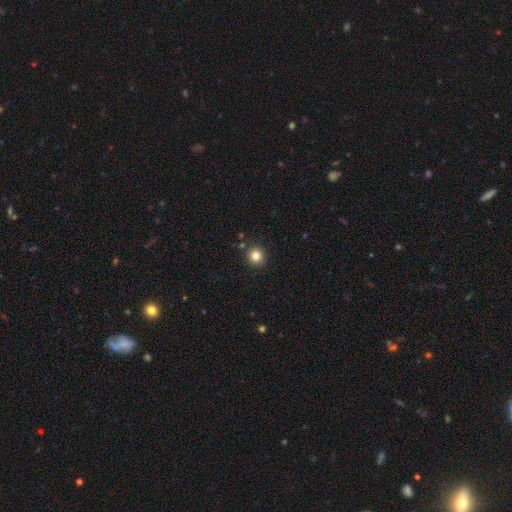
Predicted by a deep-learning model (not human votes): A smooth galaxy with no disk features (82%) that is round (92%). Merging: none (89%).